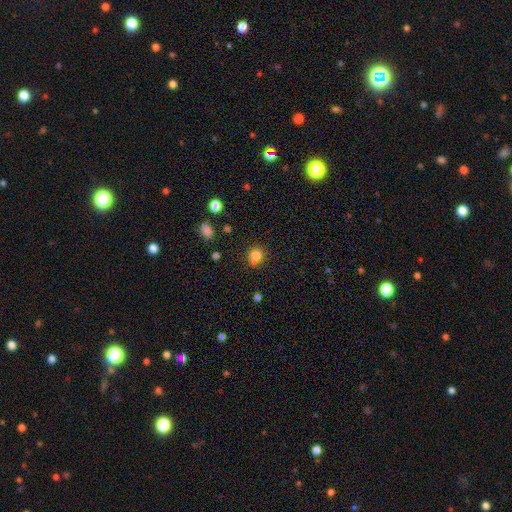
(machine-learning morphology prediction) The model was most divided on "merging": none: 70%, minor disturbance: 16%, merger: 11%, major disturbance: 4%. More confident: how rounded — round (83%); smooth or featured — smooth (80%).